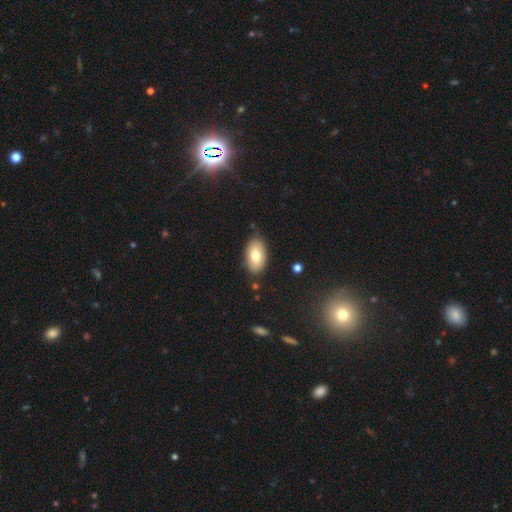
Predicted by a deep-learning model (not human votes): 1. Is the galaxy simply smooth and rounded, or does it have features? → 77% smooth, 16% featured or disk, 7% star or artifact.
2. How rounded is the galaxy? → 94% in between, 4% round, 2% cigar-shaped.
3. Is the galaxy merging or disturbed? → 79% none, 16% minor disturbance, 3% major disturbance, 2% merger.